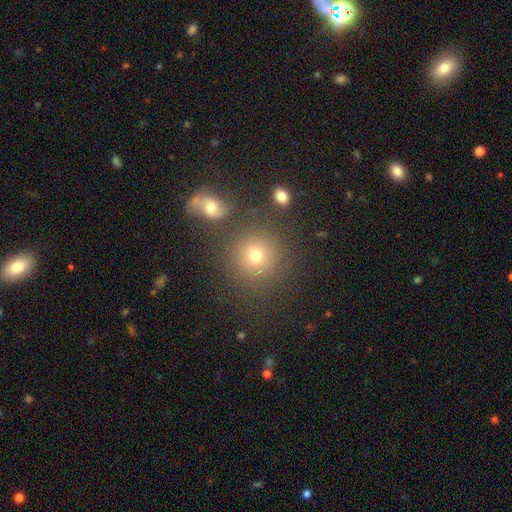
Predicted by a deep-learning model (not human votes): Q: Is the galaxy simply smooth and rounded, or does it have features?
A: smooth — 74%.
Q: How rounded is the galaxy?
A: round — 91%.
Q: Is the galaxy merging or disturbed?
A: none — 79%.